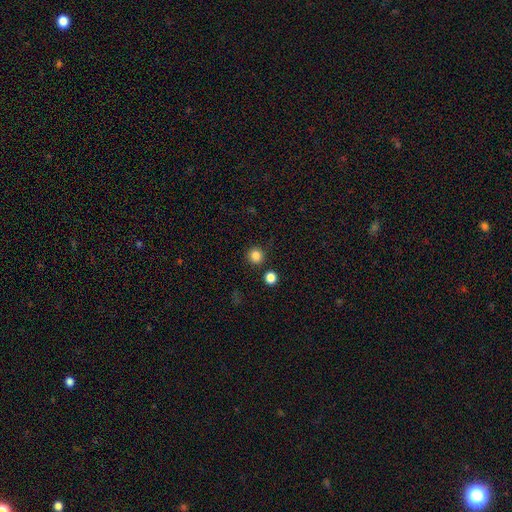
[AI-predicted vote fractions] A smooth galaxy with no disk features (84%) that is round (94%).

Vote fractions:
- Smooth or featured? smooth: 84% / star or artifact: 12% / featured or disk: 4%
- How rounded? round: 94% / in between: 5% / cigar-shaped: 1%
- Merging? none: 86% / minor disturbance: 7% / merger: 5% / major disturbance: 2%